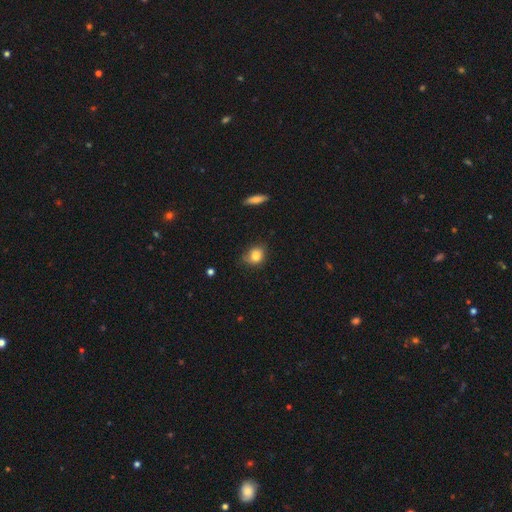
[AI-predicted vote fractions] smooth_or_featured: smooth (p=0.81) [alt: star or artifact p=0.10]
how_rounded: round (p=0.63) [alt: in between p=0.36]
merging: none (p=0.60) [alt: minor disturbance p=0.31]